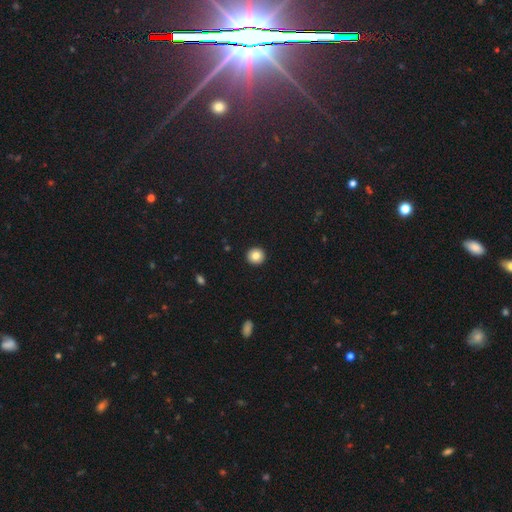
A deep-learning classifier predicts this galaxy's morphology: A smooth galaxy with no disk features (84%) that is round (94%).

Vote fractions:
- Smooth or featured? smooth: 84% / star or artifact: 9% / featured or disk: 7%
- How rounded? round: 94% / in between: 5% / cigar-shaped: 1%
- Merging? none: 93% / minor disturbance: 4% / major disturbance: 1% / merger: 1%